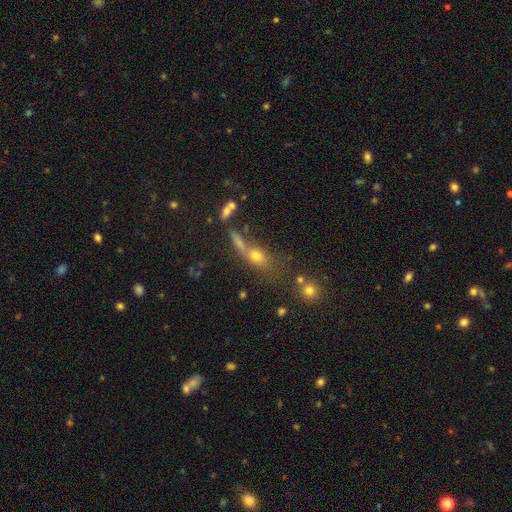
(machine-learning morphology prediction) smooth-or-featured: smooth: 61% | star or artifact: 20% | featured or disk: 19%
  how-rounded: in between: 50% | round: 28% | cigar-shaped: 21%
  merging: none: 44% | merger: 31% | minor disturbance: 13% | major disturbance: 11%